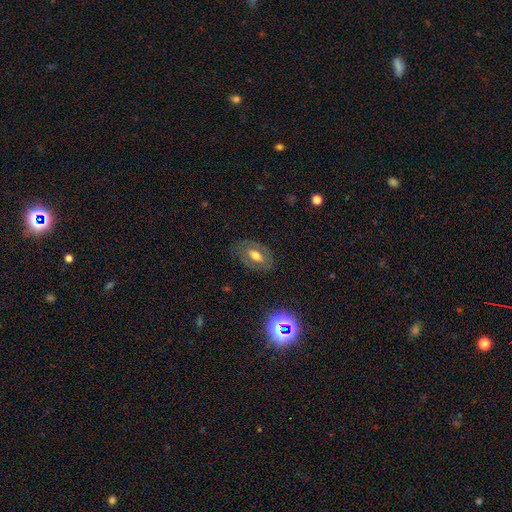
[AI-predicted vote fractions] Smooth or featured? Predicted: featured or disk (p=0.48). Merging? Predicted: none (p=0.77).